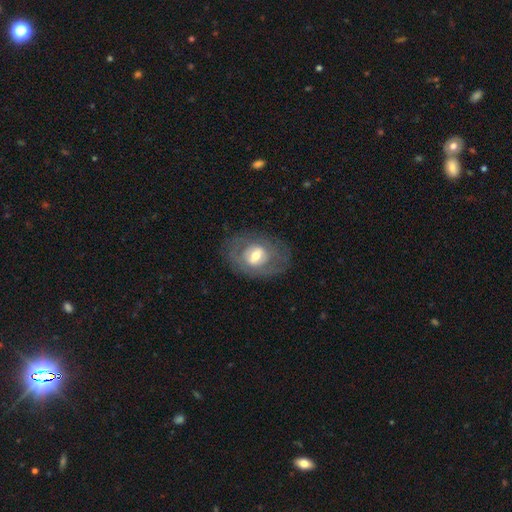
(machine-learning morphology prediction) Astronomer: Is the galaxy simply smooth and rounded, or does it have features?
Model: featured or disk — 61%.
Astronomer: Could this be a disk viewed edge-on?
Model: no — 93%.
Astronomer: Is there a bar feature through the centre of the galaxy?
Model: weak — 46% (runner-up: no, 32%).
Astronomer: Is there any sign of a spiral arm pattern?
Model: no — 55% (runner-up: yes, 45%).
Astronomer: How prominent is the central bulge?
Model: moderate — 64%.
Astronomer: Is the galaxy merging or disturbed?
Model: none — 72%.